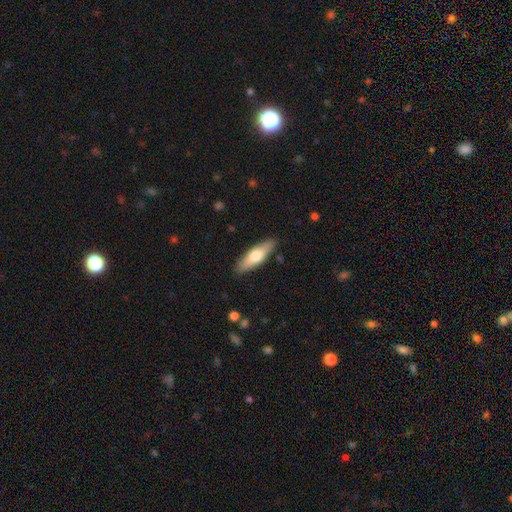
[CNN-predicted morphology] A smooth galaxy with no disk features (62%) that is cigar-shaped (54%).

Vote fractions:
- Smooth or featured? smooth: 62% / featured or disk: 33% / star or artifact: 5%
- How rounded? cigar-shaped: 54% / in between: 44% / round: 2%
- Merging? none: 88% / minor disturbance: 9% / major disturbance: 2% / merger: 1%